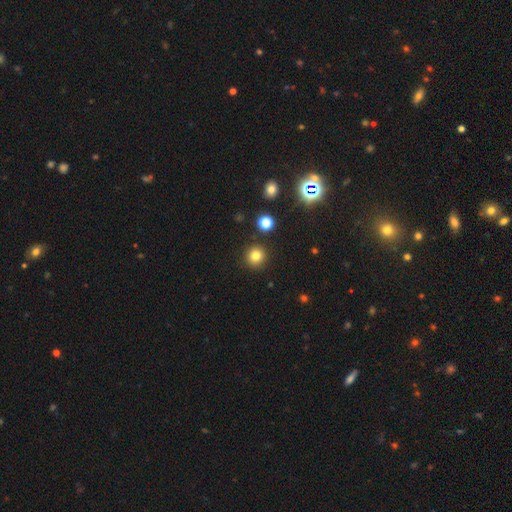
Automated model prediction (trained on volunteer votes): smooth-or-featured: smooth: 79% | star or artifact: 14% | featured or disk: 6%
  how-rounded: round: 93% | in between: 6% | cigar-shaped: 1%
  merging: none: 91% | minor disturbance: 5% | merger: 2% | major disturbance: 2%